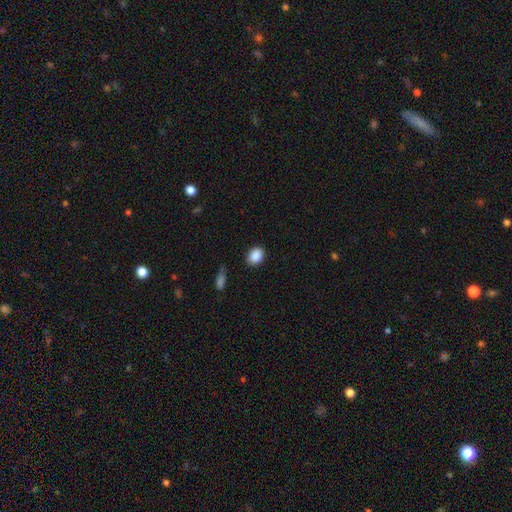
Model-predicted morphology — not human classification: This appears to be a smooth galaxy with no disk features (89%) that is in between round and cigar-shaped (60%). Merging: none (84%).